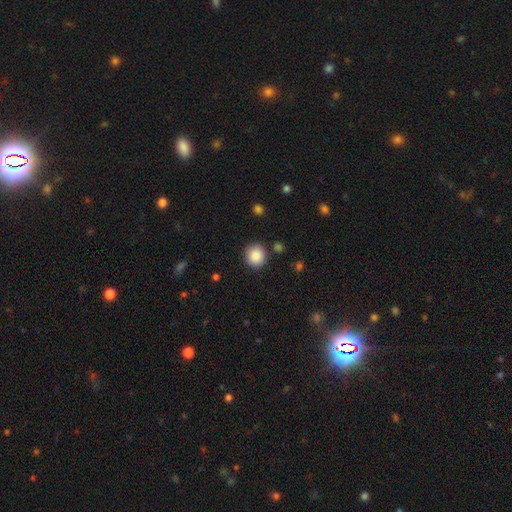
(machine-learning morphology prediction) Q: Smooth or featured?
A: smooth (87%); runner-up: star or artifact (9%)
Q: How rounded?
A: round (89%); runner-up: in between (10%)
Q: Merging?
A: none (88%); runner-up: minor disturbance (8%)